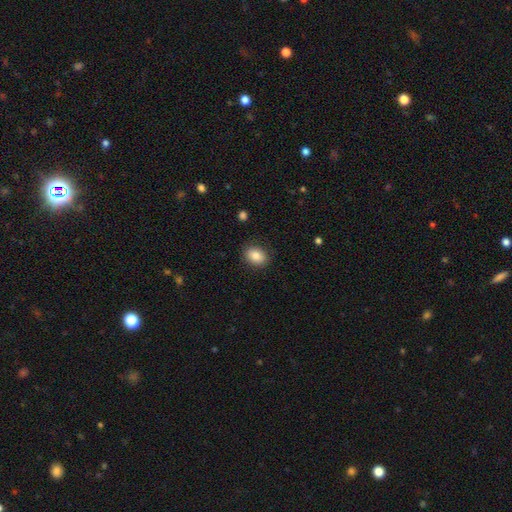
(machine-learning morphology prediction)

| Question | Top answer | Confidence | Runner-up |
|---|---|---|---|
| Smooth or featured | smooth | 85% | star or artifact (8%) |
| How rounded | in between | 62% | round (37%) |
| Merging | none | 87% | minor disturbance (9%) |